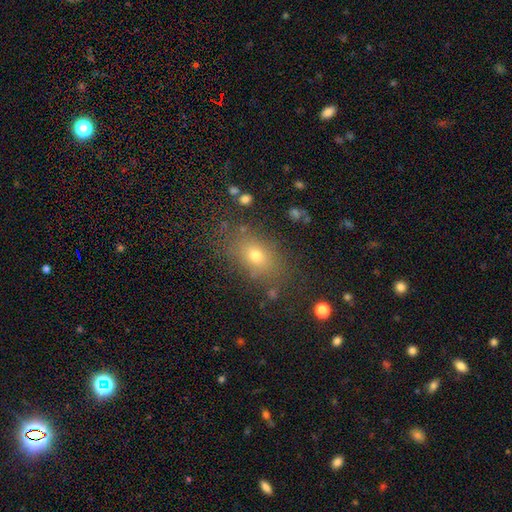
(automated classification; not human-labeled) Smooth or featured?
  - smooth: 71% *
  - star or artifact: 16%
  - featured or disk: 13%
How rounded?
  - in between: 75% *
  - round: 22%
  - cigar-shaped: 3%
Merging?
  - none: 80% *
  - minor disturbance: 12%
  - major disturbance: 5%
  - merger: 3%